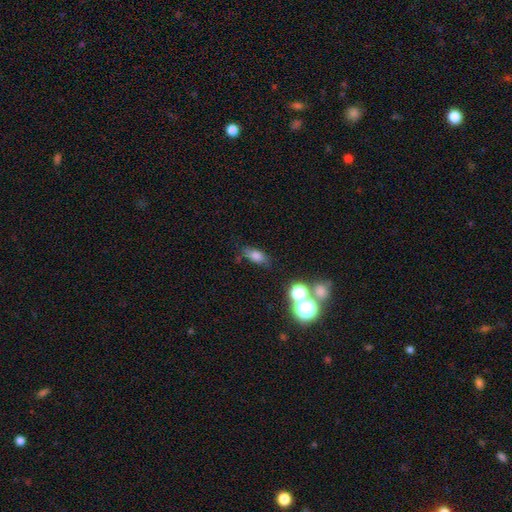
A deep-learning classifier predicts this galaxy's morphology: A smooth galaxy with no disk features (73%) that is in between round and cigar-shaped (78%).

Vote fractions:
- Smooth or featured? smooth: 73% / star or artifact: 15% / featured or disk: 12%
- How rounded? in between: 78% / cigar-shaped: 11% / round: 11%
- Merging? none: 73% / minor disturbance: 16% / merger: 6% / major disturbance: 5%